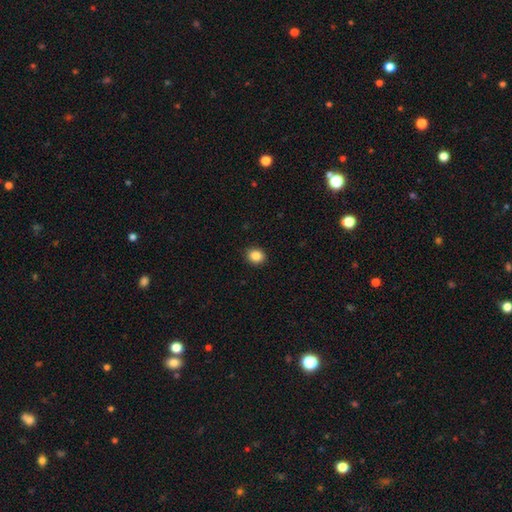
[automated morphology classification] Smooth or featured: smooth — 87% (star or artifact — 9%)
How rounded: round — 68% (in between — 31%)
Merging: none — 90% (minor disturbance — 7%)